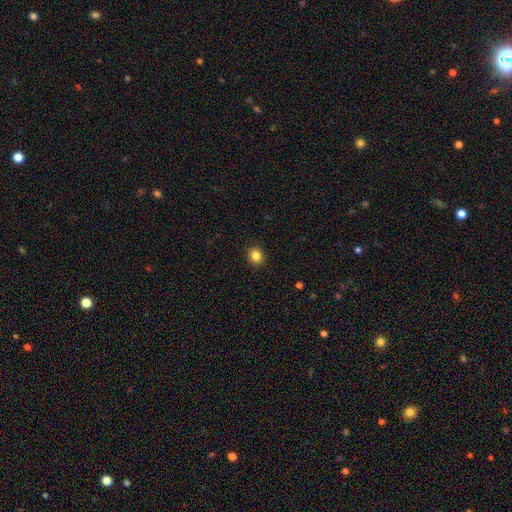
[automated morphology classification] A smooth galaxy with no disk features (84%) that is round (82%).

Vote fractions:
- Smooth or featured? smooth: 84% / star or artifact: 11% / featured or disk: 5%
- How rounded? round: 82% / in between: 18% / cigar-shaped: 1%
- Merging? none: 92% / minor disturbance: 5% / major disturbance: 2% / merger: 1%